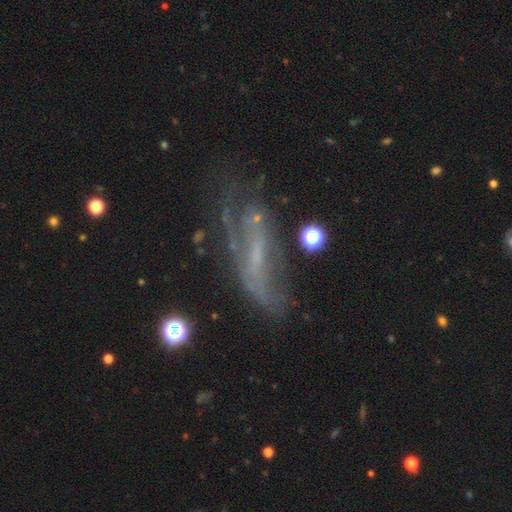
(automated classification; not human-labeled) Smooth or featured: featured or disk — 63% (smooth — 19%)
Edge-on disk: no — 80% (yes — 20%)
Bar: no — 46% (weak — 31%)
Spiral arms: yes — 54% (no — 46%)
Bulge size: none — 50% (small — 37%)
Merging: none — 44% (major disturbance — 27%)